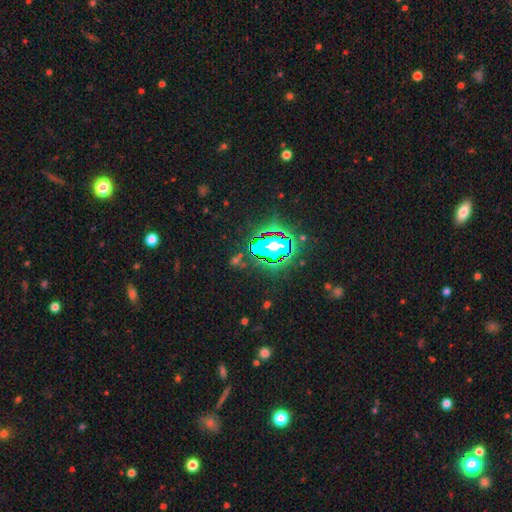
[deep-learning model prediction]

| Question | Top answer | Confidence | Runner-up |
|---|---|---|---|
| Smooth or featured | star or artifact | 82% | smooth (11%) |